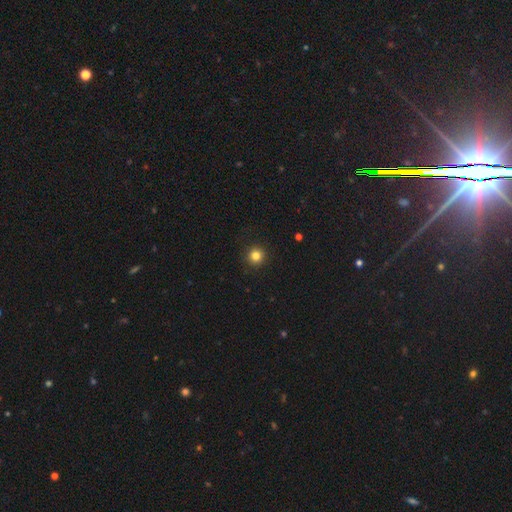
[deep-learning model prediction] Overall: smooth (83%). How rounded: round (95%). Merging: none (92%).